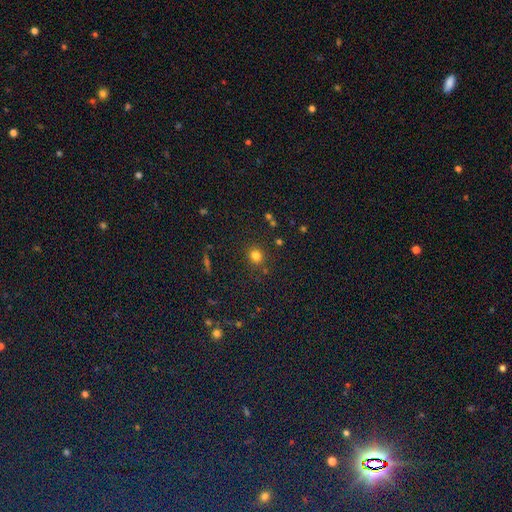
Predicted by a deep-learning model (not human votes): Smooth or featured? smooth (77%)
How rounded? round (85%)
Merging? none (84%)